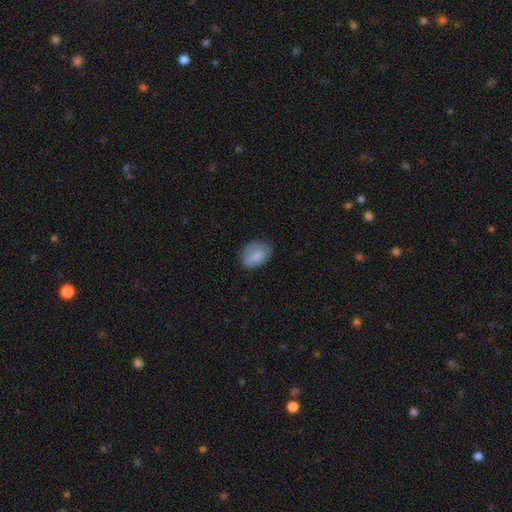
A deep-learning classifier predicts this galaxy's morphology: Smooth or featured?
  - smooth: 84% *
  - featured or disk: 9%
  - star or artifact: 7%
How rounded?
  - in between: 81% *
  - round: 18%
  - cigar-shaped: 1%
Merging?
  - none: 71% *
  - minor disturbance: 22%
  - major disturbance: 5%
  - merger: 1%